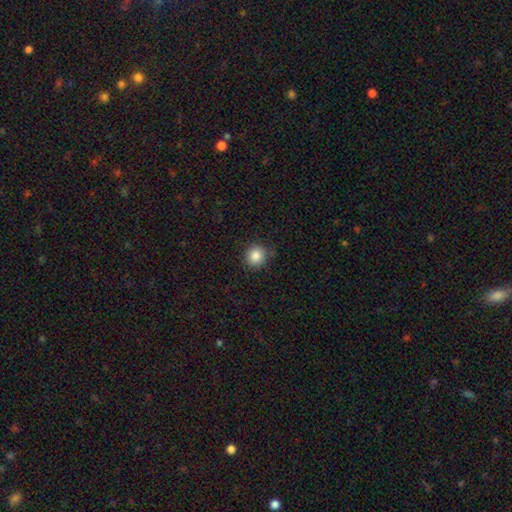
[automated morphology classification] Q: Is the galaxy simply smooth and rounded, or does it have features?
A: smooth — 86%.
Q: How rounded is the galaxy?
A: round — 89%.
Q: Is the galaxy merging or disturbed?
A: none — 84%.